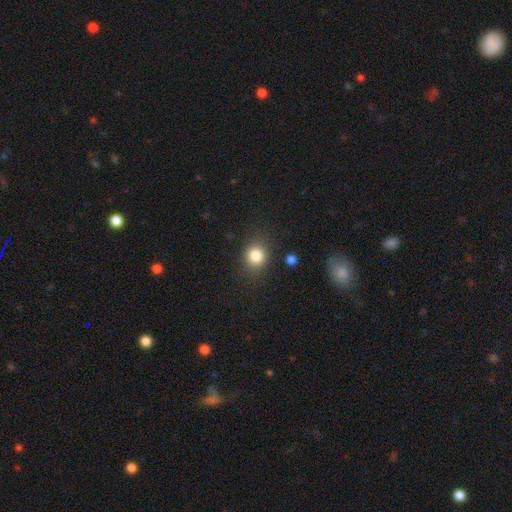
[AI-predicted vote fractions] Smooth or featured? Predicted: smooth (p=0.82). How rounded? Predicted: round (p=0.71). Merging? Predicted: none (p=0.82).